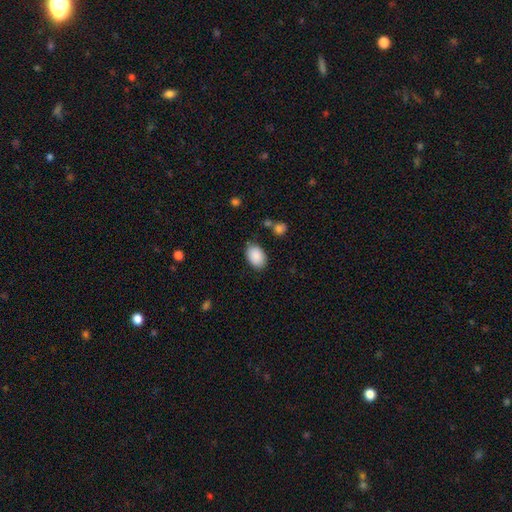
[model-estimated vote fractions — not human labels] This appears to be a smooth galaxy with no disk features (89%) that is in between round and cigar-shaped (88%). Merging: none (79%).